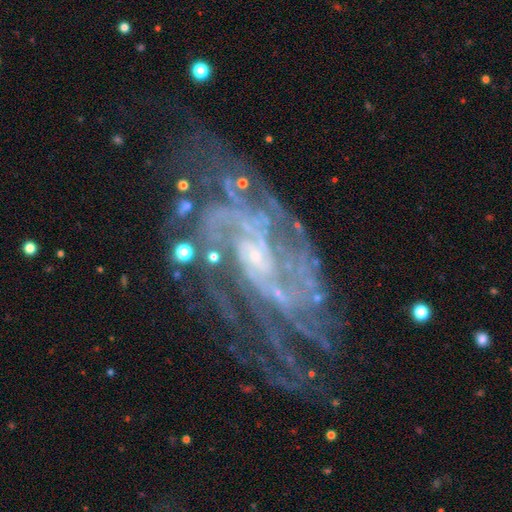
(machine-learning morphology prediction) This is clearly a featured or disk galaxy (91%). It is clearly not viewed edge-on (97%). Bar: possibly no (56%). Spiral arm pattern: clearly yes (98%). Spiral arm count: marginally can't tell (21%). Spiral winding: possibly tight (54%). Central bulge: likely small (79%). Merging: likely none (61%).